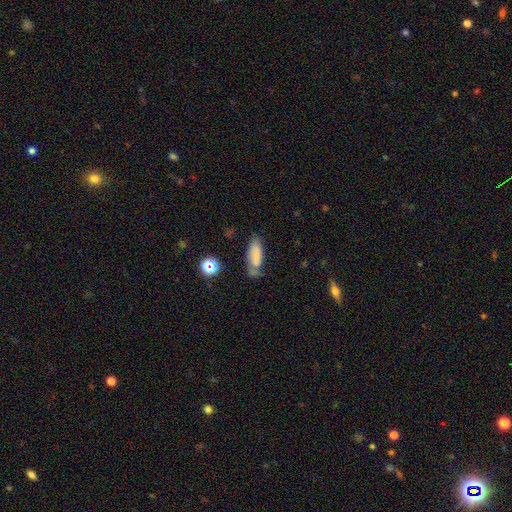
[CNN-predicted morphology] A smooth galaxy with no disk features (70%) that is in between round and cigar-shaped (71%). Merging: none (49%).